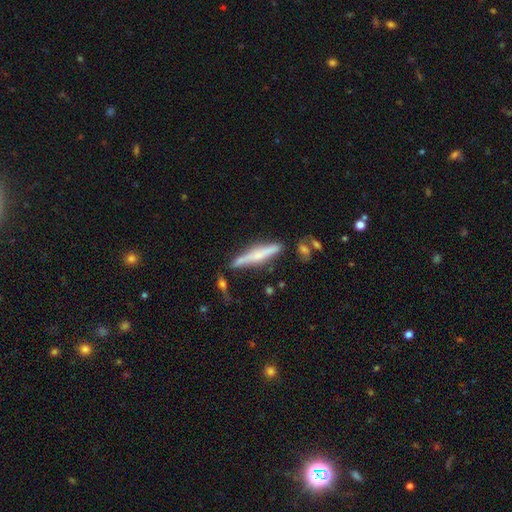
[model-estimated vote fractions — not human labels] smooth_or_featured: featured or disk (p=0.57) [alt: smooth p=0.36]
disk_edge_on: yes (p=0.95) [alt: no p=0.05]
edge_on_bulge: rounded (p=0.59) [alt: none p=0.25]
merging: none (p=0.74) [alt: minor disturbance p=0.16]